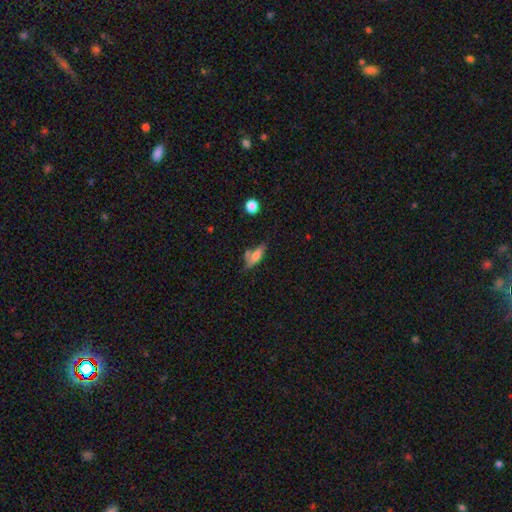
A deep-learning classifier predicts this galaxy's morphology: A smooth galaxy with no disk features (59%) that is in between round and cigar-shaped (60%).

Vote fractions:
- Smooth or featured? smooth: 59% / featured or disk: 32% / star or artifact: 9%
- How rounded? in between: 60% / cigar-shaped: 36% / round: 4%
- Merging? none: 44% / minor disturbance: 24% / merger: 20% / major disturbance: 12%